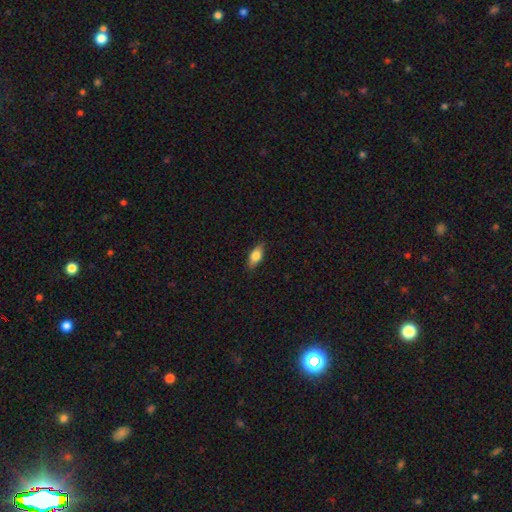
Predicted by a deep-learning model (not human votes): This is likely a smooth galaxy (75%). How rounded: clearly in between (80%). Merging: clearly none (86%).